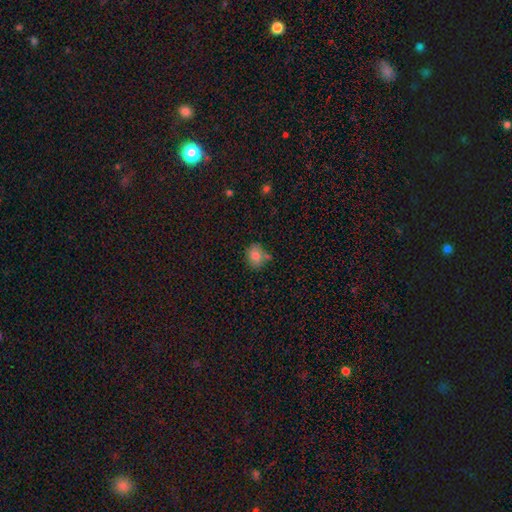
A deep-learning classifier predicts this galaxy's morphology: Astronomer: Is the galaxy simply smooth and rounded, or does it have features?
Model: smooth — 79%.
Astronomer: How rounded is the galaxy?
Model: round — 55% (runner-up: in between, 44%).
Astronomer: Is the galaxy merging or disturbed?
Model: none — 62%.